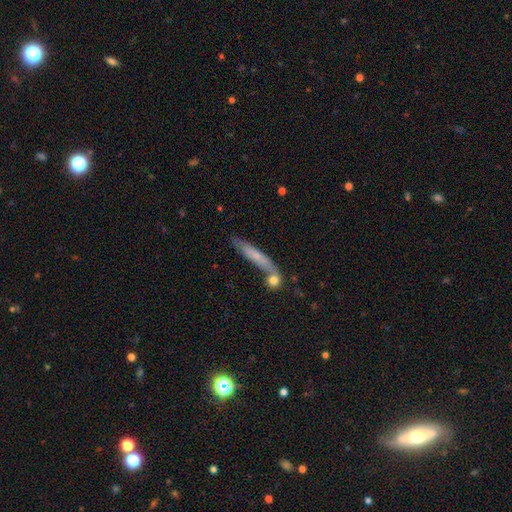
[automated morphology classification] smooth 62%, featured or disk 31%, star or artifact 7%. Down the decision tree: how rounded — cigar-shaped (88%); merging — none (57%).